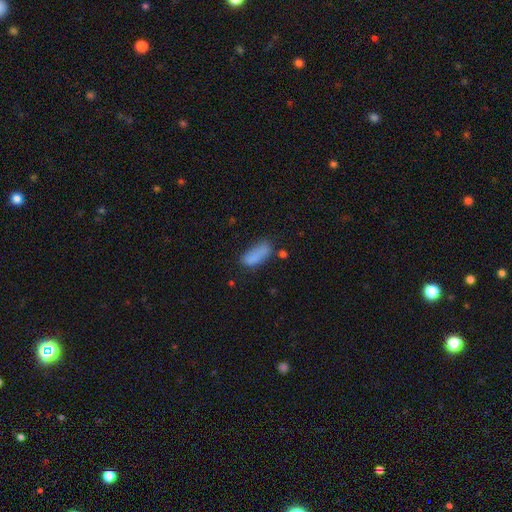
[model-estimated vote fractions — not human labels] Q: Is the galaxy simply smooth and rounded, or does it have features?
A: smooth — 80%.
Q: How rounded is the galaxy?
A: in between — 78%.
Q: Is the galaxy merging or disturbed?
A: none — 49%.